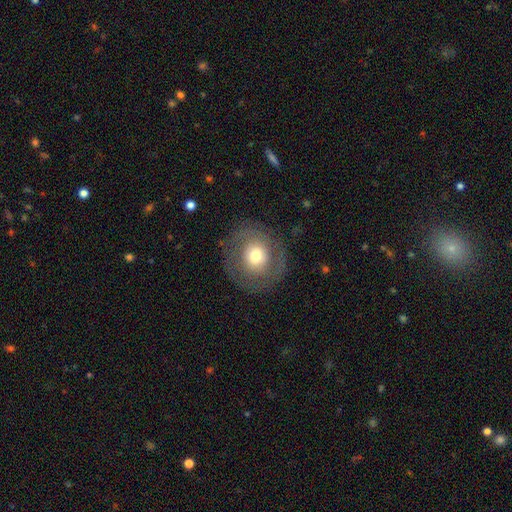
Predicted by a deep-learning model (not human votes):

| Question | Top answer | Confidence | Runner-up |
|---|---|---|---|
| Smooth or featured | smooth | 48% | featured or disk (44%) |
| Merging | none | 80% | minor disturbance (11%) |